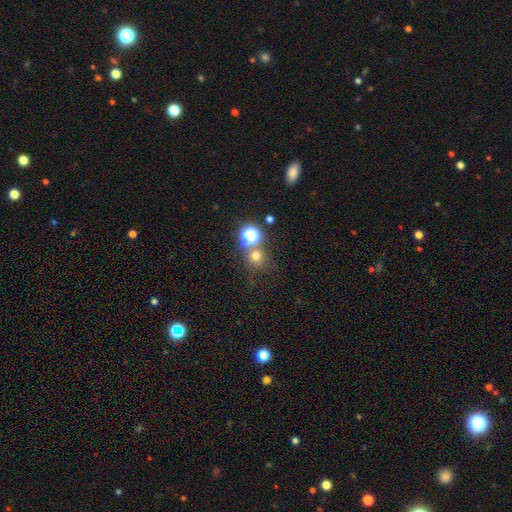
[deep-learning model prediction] This is likely a smooth galaxy (67%). How rounded: clearly round (88%). Merging: likely none (66%).